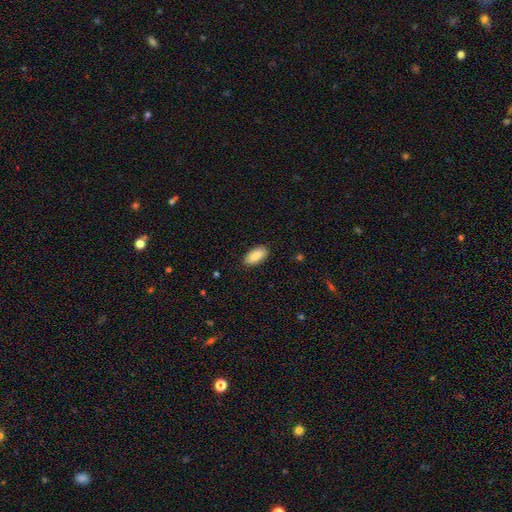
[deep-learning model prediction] Morphology: type=smooth (89%); roundness=in between (91%); merging=none (88%).